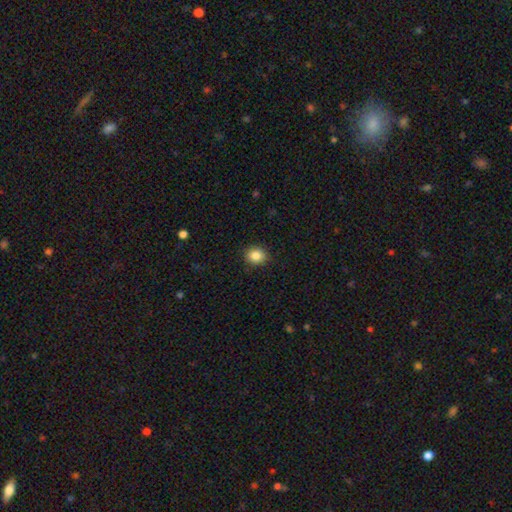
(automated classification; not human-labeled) Smooth or featured? smooth (86%)
How rounded? round (69%)
Merging? none (89%)